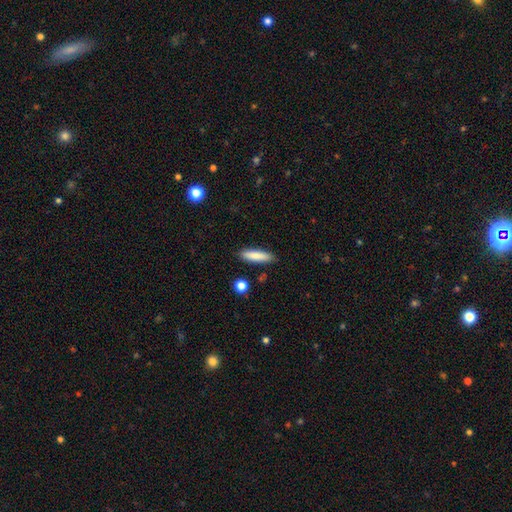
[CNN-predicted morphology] The model was most divided on "how rounded": cigar-shaped: 74%, in between: 24%, round: 2%. More confident: merging — none (86%); smooth or featured — smooth (83%).